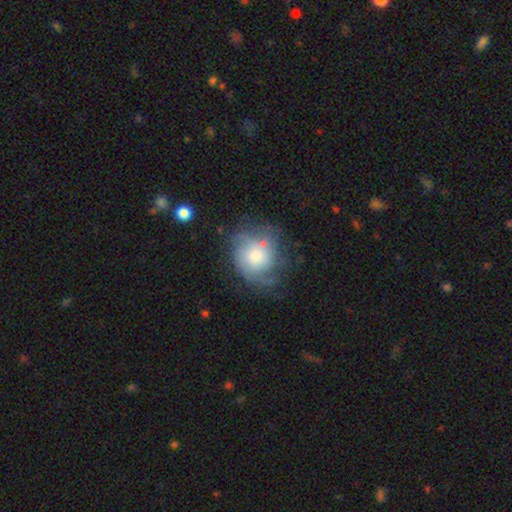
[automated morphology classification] Overall: featured or disk (48%; smooth 44%). Merging: none (47%; minor disturbance 28%).